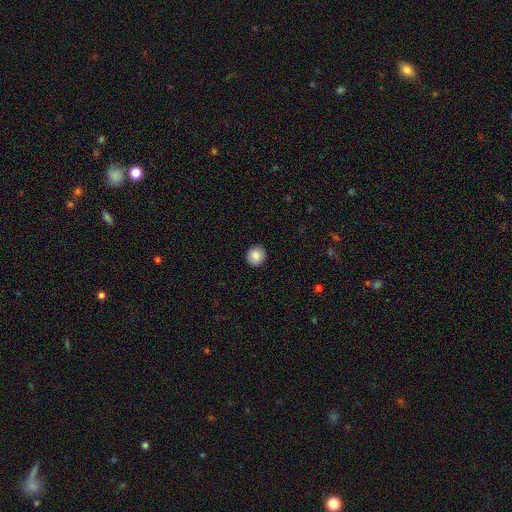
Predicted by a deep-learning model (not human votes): This appears to be a smooth galaxy with no disk features (86%) that is round (90%). Merging: none (91%).